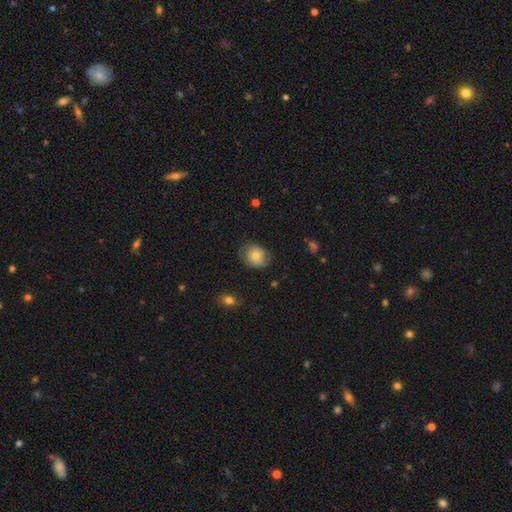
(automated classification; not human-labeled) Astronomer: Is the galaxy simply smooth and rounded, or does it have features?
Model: smooth — 59%.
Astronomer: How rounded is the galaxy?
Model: round — 58% (runner-up: in between, 41%).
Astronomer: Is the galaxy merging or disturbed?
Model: none — 66%.